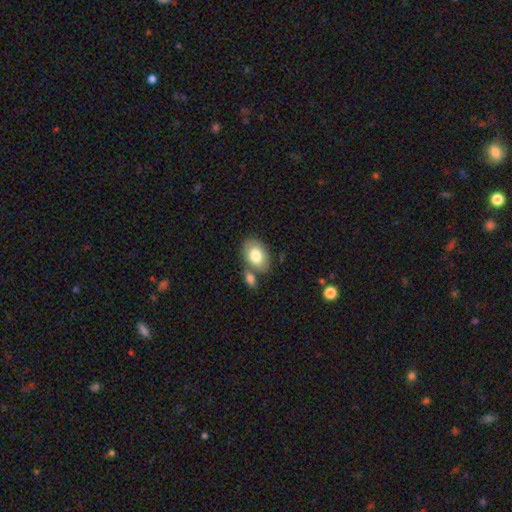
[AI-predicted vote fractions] smooth 77%, featured or disk 17%, star or artifact 7%. Down the decision tree: how rounded — in between (82%); merging — none (59%).